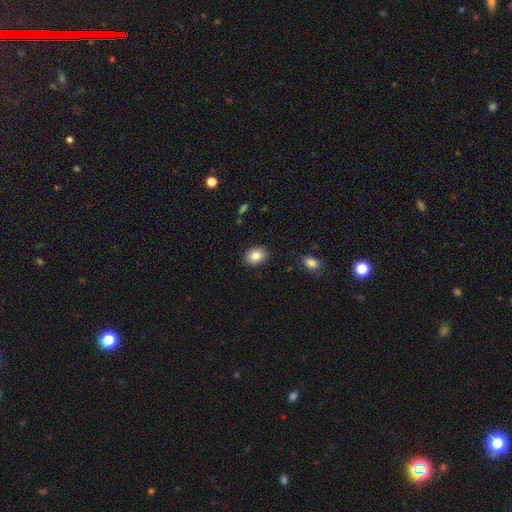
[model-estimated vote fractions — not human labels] Overall: smooth (84%). How rounded: round (55%; in between 44%). Merging: none (90%).